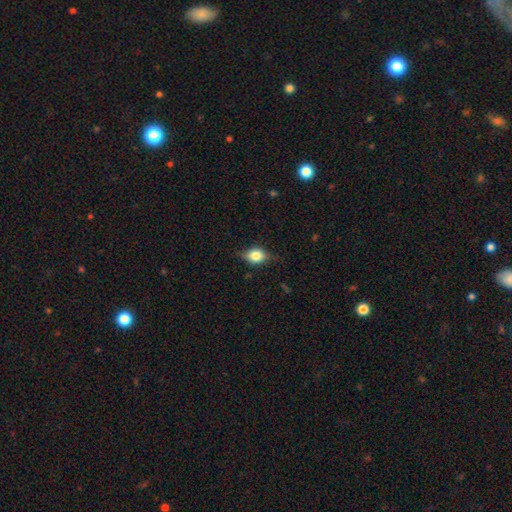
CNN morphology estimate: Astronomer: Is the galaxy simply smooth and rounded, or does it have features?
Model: smooth — 65%.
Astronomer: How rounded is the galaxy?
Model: in between — 56% (runner-up: round, 40%).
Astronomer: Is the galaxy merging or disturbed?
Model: none — 73%.